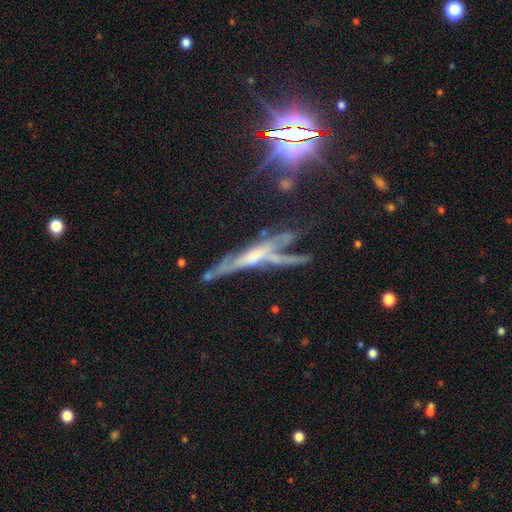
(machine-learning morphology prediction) Smooth or featured? featured or disk (68%)
Edge-on disk? yes (72%)
Merging? none (36%)